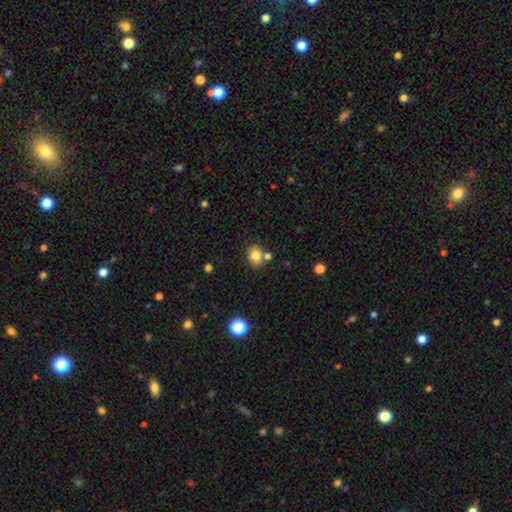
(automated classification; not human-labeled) Q: Smooth or featured?
A: smooth (82%); runner-up: star or artifact (11%)
Q: How rounded?
A: in between (56%); runner-up: round (43%)
Q: Merging?
A: none (71%); runner-up: merger (14%)